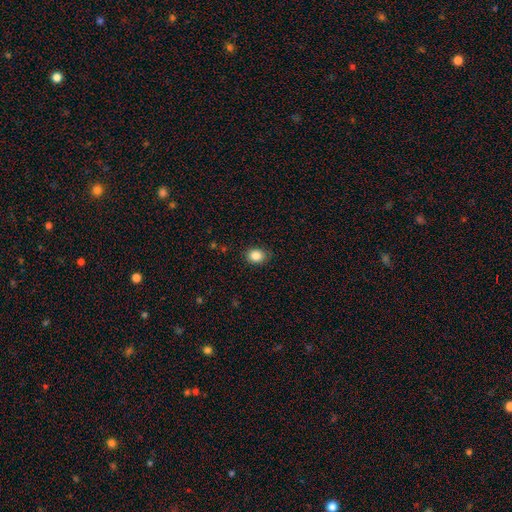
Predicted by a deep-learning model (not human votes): A smooth galaxy with no disk features (87%) that is round (50%, tied with in between). Merging: none (84%).